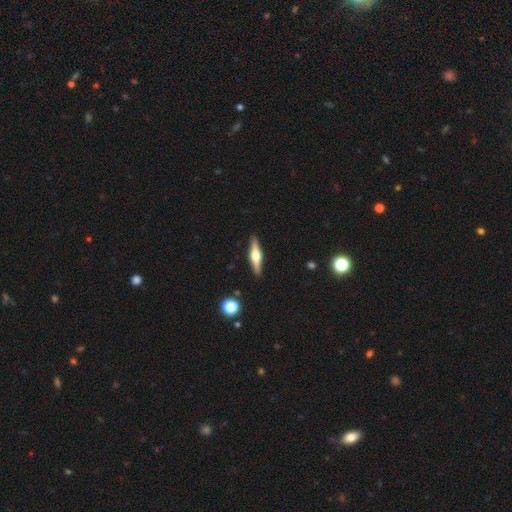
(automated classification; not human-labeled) Smooth or featured: featured or disk — 63% (smooth — 32%)
Edge-on disk: yes — 96% (no — 4%)
Edge-on bulge: rounded — 92% (boxy — 5%)
Merging: none — 90% (minor disturbance — 7%)